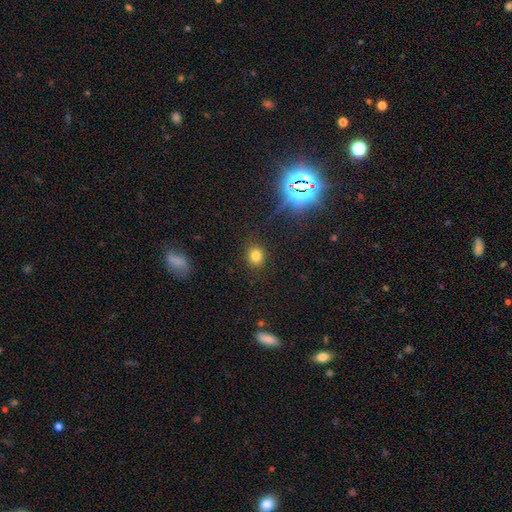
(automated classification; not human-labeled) Morphology: type=smooth (77%); roundness=round (68%); merging=none (85%).